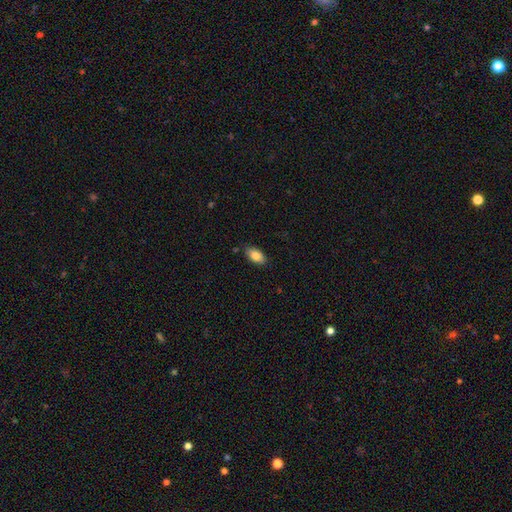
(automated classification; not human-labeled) Smooth or featured? Predicted: smooth (p=0.82). How rounded? Predicted: in between (p=0.92). Merging? Predicted: none (p=0.84).